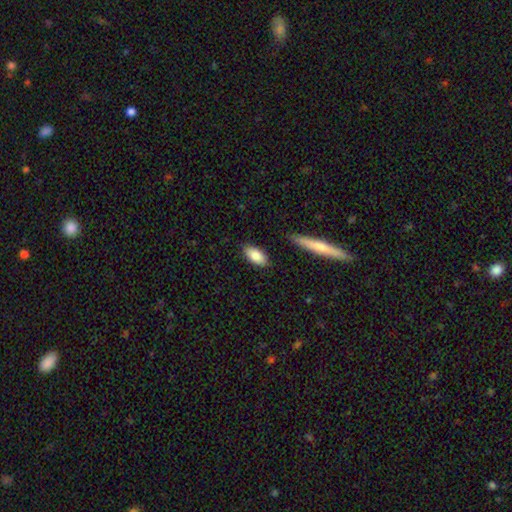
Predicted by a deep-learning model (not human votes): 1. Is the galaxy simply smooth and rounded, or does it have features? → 86% smooth, 7% featured or disk, 6% star or artifact.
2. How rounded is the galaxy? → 91% in between, 6% cigar-shaped, 3% round.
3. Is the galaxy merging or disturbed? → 84% none, 11% minor disturbance, 3% major disturbance, 2% merger.